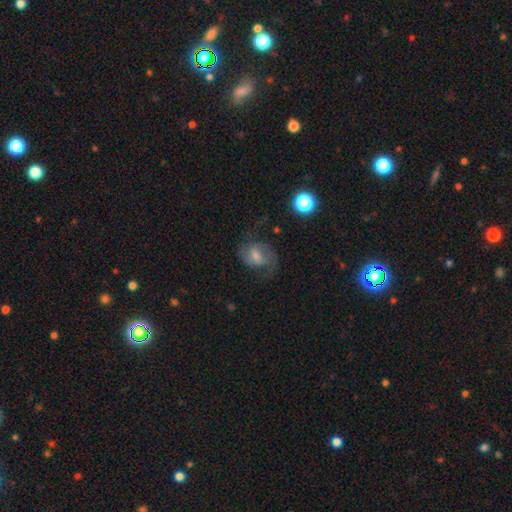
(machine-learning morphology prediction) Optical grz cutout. It shows a featured or disk galaxy (68%) with a weak bar (51%), 2 (84%) medium (51%) spiral arms (91%) and a moderate central bulge (46%). Merging: none (65%).